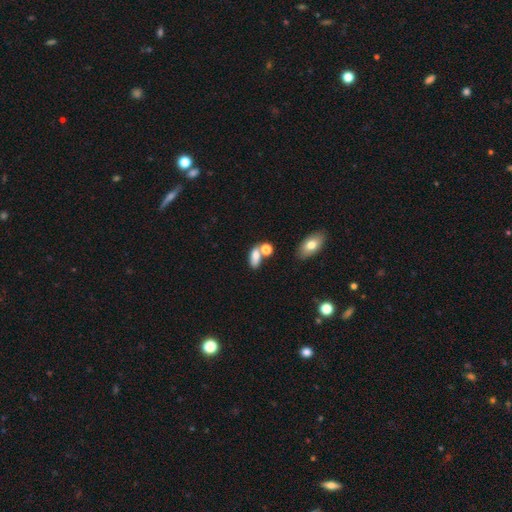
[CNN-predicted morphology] type=smooth (77%); roundness=in between (82%); merging=none (43%).